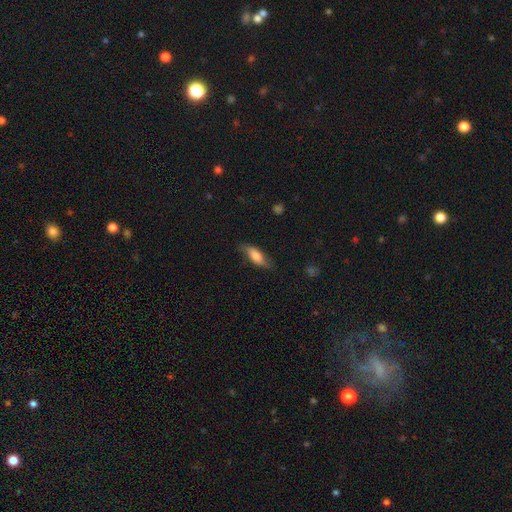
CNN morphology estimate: Overall: smooth (66%; featured or disk 27%). How rounded: in between (62%; cigar-shaped 35%). Merging: none (69%).